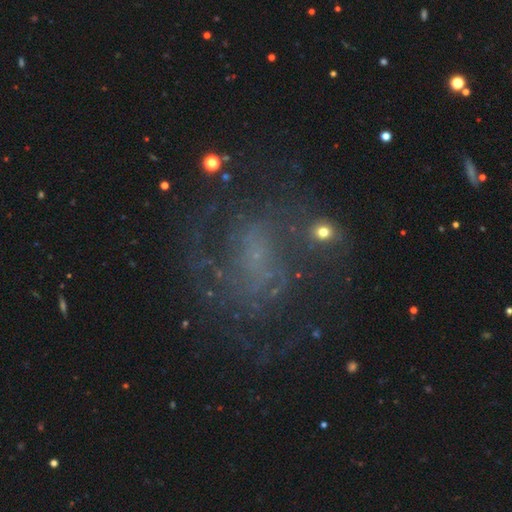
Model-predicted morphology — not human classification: A featured or disk galaxy (68%) with no bar (60%), medium (41%) spiral arms (76%) and a small central bulge (50%). Merging: none (58%).